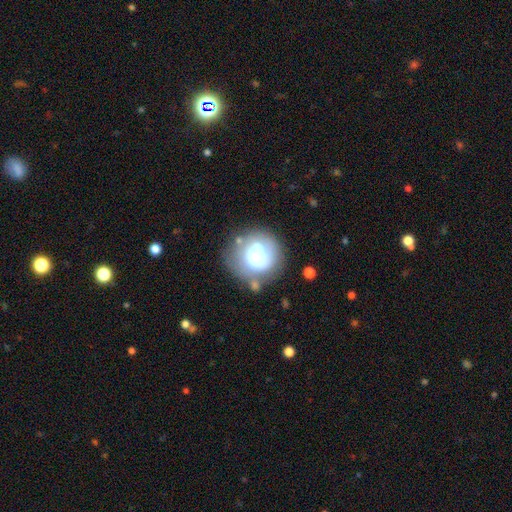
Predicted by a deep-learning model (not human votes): smooth_or_featured: smooth (p=0.54) [alt: featured or disk p=0.37]
how_rounded: round (p=0.86) [alt: in between p=0.13]
merging: none (p=0.49) [alt: minor disturbance p=0.20]